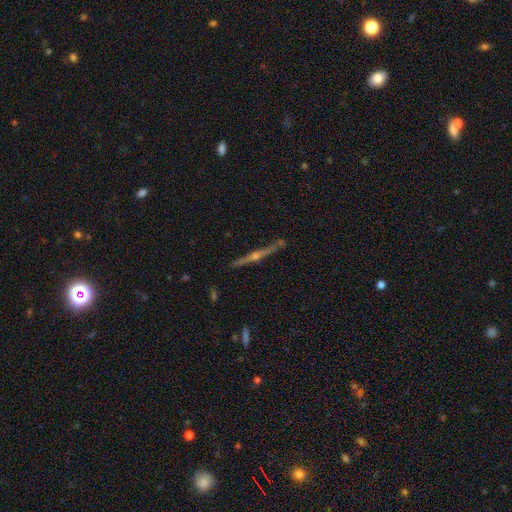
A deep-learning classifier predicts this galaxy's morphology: This is likely a featured or disk galaxy (79%). It is clearly viewed edge-on (97%). Edge-on bulge: clearly rounded (87%). Merging: clearly none (87%).